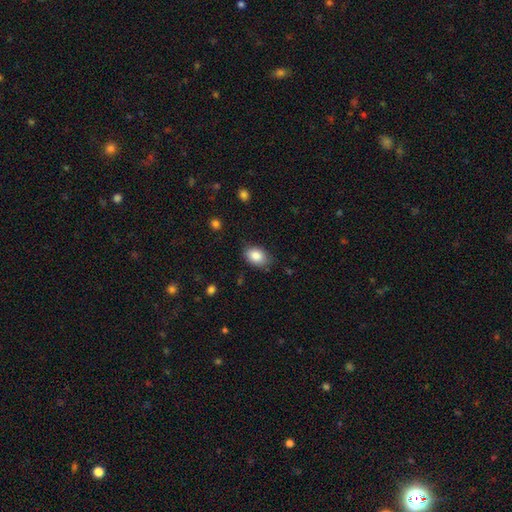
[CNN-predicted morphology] smooth-or-featured: smooth: 86% | star or artifact: 8% | featured or disk: 7%
  how-rounded: in between: 84% | round: 15% | cigar-shaped: 1%
  merging: none: 79% | minor disturbance: 16% | major disturbance: 3% | merger: 1%